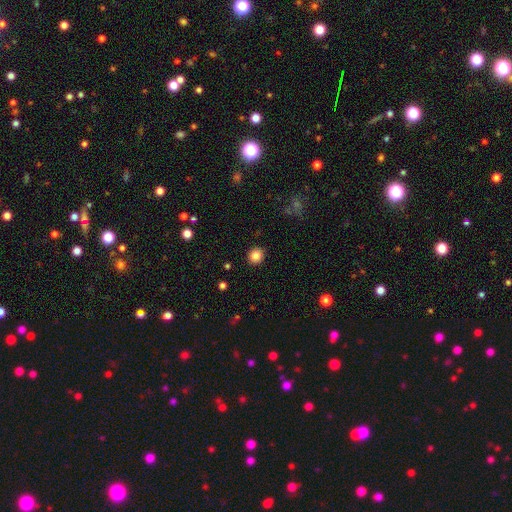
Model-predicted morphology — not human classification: smooth 84%, star or artifact 11%, featured or disk 5%. Down the decision tree: how rounded — round (86%); merging — none (91%).